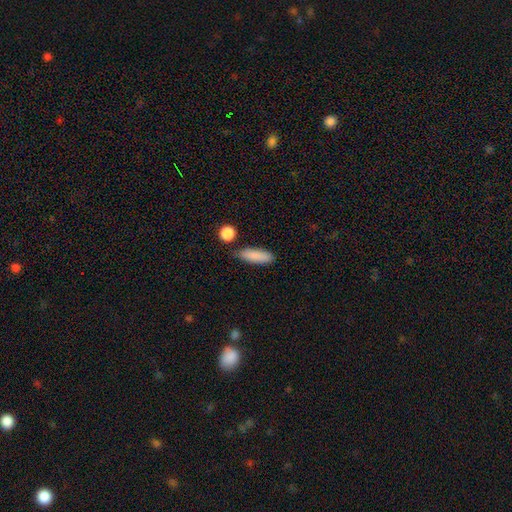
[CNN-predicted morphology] This appears to be a smooth galaxy with no disk features (87%) that is in between round and cigar-shaped (50%). Merging: none (78%).